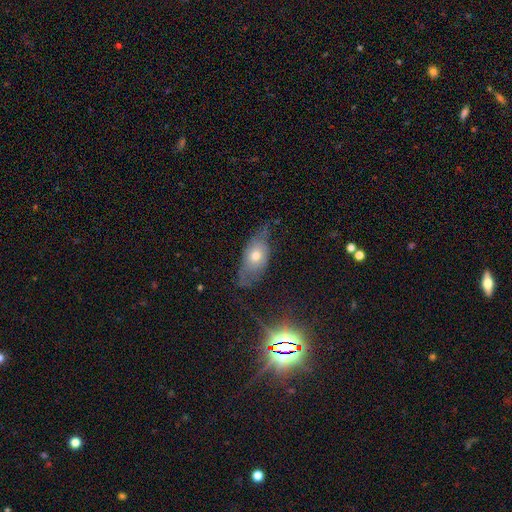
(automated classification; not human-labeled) Smooth or featured? smooth (51%)
How rounded? in between (83%)
Merging? none (47%)